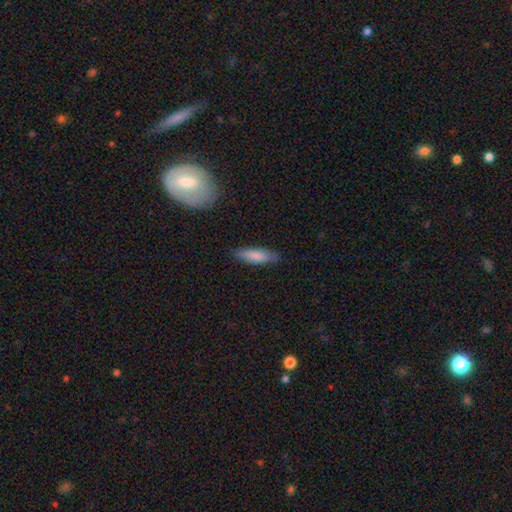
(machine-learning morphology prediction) type=smooth (82%); roundness=cigar-shaped (57%); merging=none (85%).